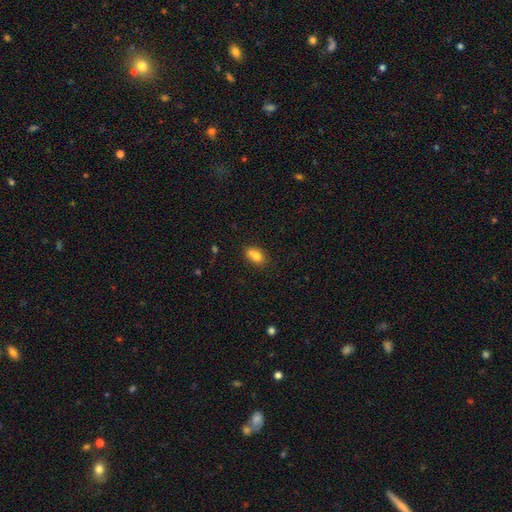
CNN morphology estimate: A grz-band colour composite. It shows a smooth galaxy with no disk features (75%) that is in between round and cigar-shaped (71%). Merging: none (44%).